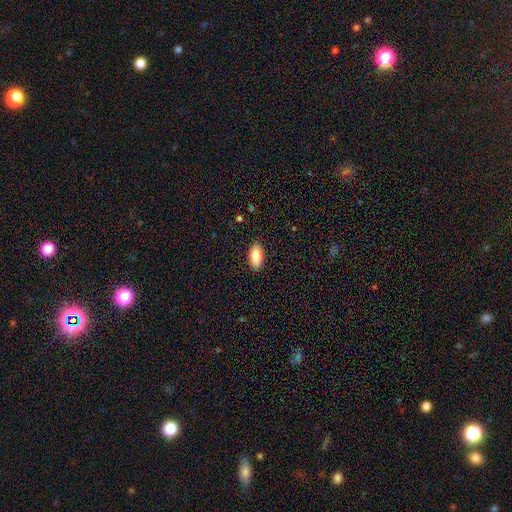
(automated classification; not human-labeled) Q: Smooth or featured?
A: smooth (82%); runner-up: featured or disk (11%)
Q: How rounded?
A: in between (93%); runner-up: cigar-shaped (5%)
Q: Merging?
A: none (89%); runner-up: minor disturbance (8%)